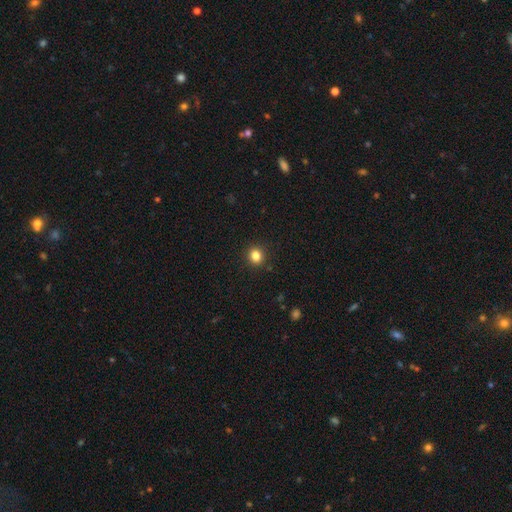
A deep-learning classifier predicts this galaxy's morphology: Smooth or featured: smooth — 83% (star or artifact — 12%)
How rounded: round — 82% (in between — 17%)
Merging: none — 91% (minor disturbance — 6%)